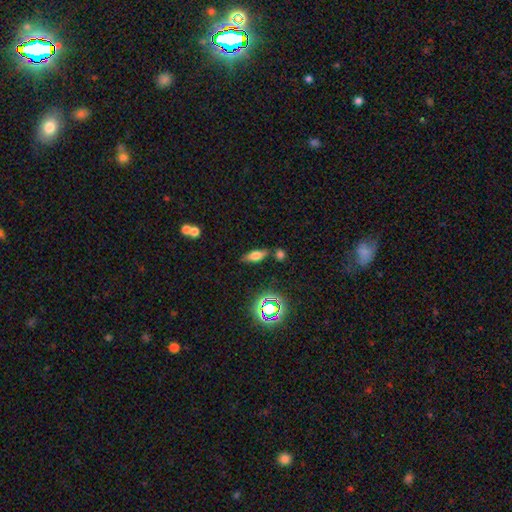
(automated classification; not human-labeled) Q: Smooth or featured?
A: smooth (60%); runner-up: featured or disk (24%)
Q: How rounded?
A: in between (66%); runner-up: cigar-shaped (28%)
Q: Merging?
A: none (72%); runner-up: minor disturbance (14%)